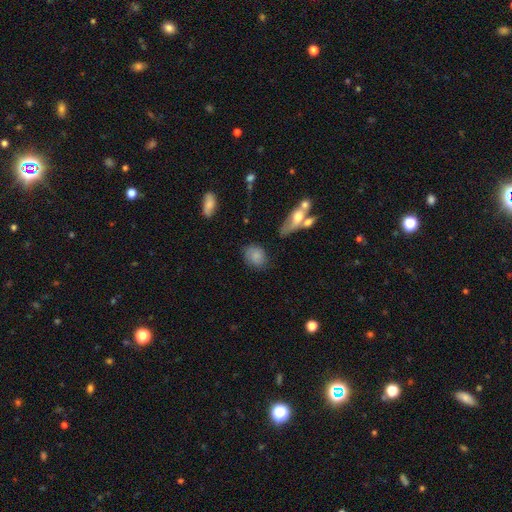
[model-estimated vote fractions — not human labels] Smooth or featured: smooth — 73% (featured or disk — 18%)
How rounded: in between — 50% (round — 48%)
Merging: none — 70% (minor disturbance — 19%)